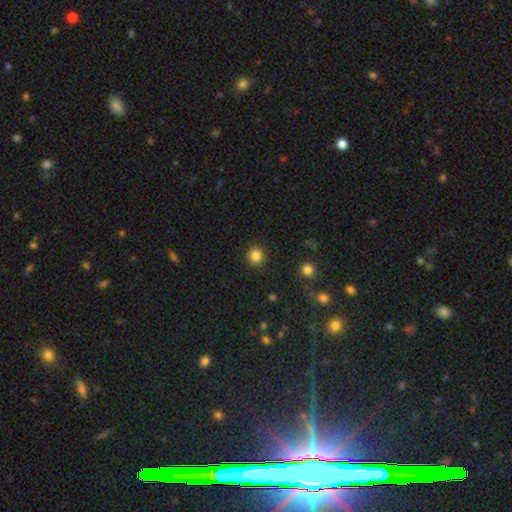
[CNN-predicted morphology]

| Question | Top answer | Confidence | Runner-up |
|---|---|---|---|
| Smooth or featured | smooth | 84% | star or artifact (12%) |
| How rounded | round | 92% | in between (8%) |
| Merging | none | 91% | minor disturbance (6%) |